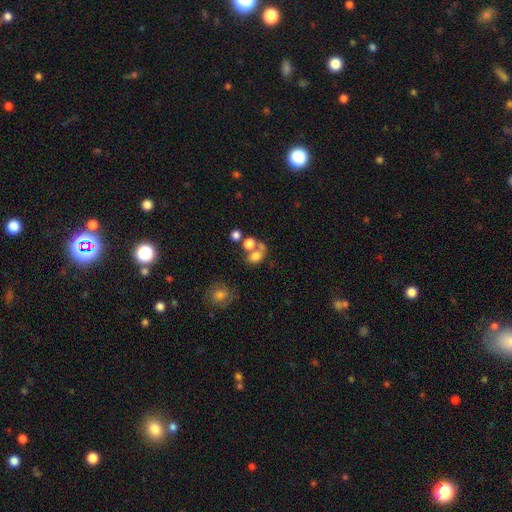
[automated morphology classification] smooth-or-featured: smooth: 70% | featured or disk: 17% | star or artifact: 14%
  how-rounded: in between: 54% | round: 44% | cigar-shaped: 2%
  merging: merger: 46% | none: 33% | minor disturbance: 11% | major disturbance: 10%